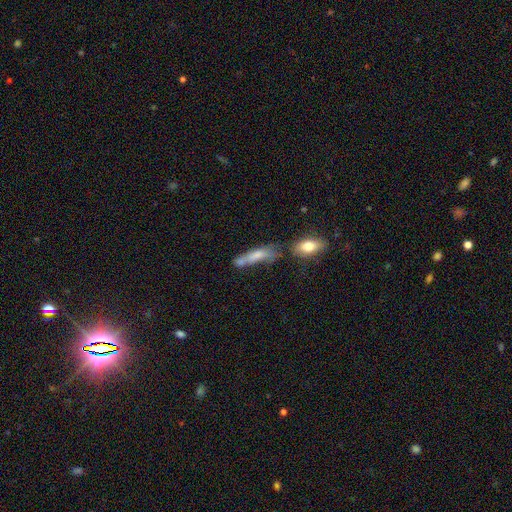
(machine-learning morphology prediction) smooth 61%, featured or disk 29%, star or artifact 10%. Down the decision tree: how rounded — cigar-shaped (67%); merging — none (35%).